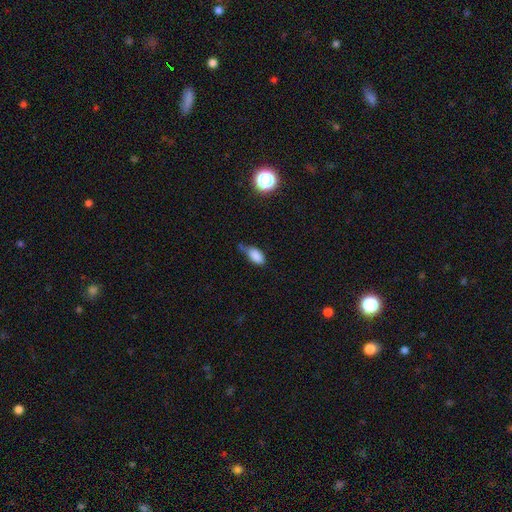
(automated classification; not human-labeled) Overall: smooth (84%). How rounded: in between (91%). Merging: none (41%; minor disturbance 38%).